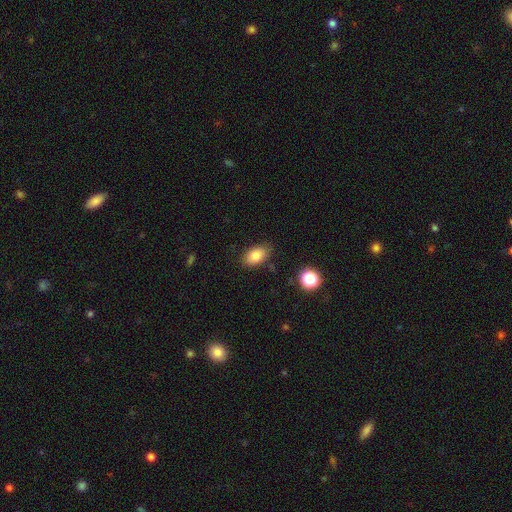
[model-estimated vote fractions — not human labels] Smooth or featured?
  - smooth: 82% *
  - featured or disk: 10%
  - star or artifact: 9%
How rounded?
  - in between: 89% *
  - round: 9%
  - cigar-shaped: 2%
Merging?
  - none: 83% *
  - minor disturbance: 12%
  - major disturbance: 3%
  - merger: 2%